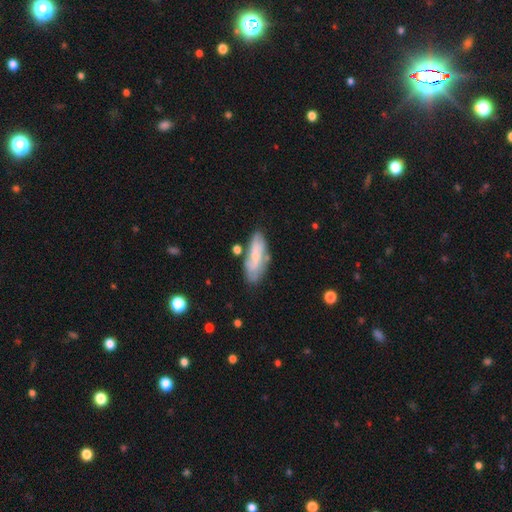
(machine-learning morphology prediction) Smooth or featured? smooth (48%)
Merging? none (64%)